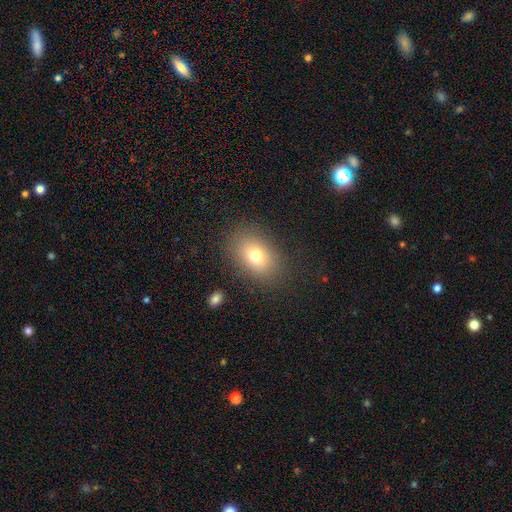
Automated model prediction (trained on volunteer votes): smooth 73%, featured or disk 14%, star or artifact 12%. Down the decision tree: how rounded — in between (76%); merging — none (84%).